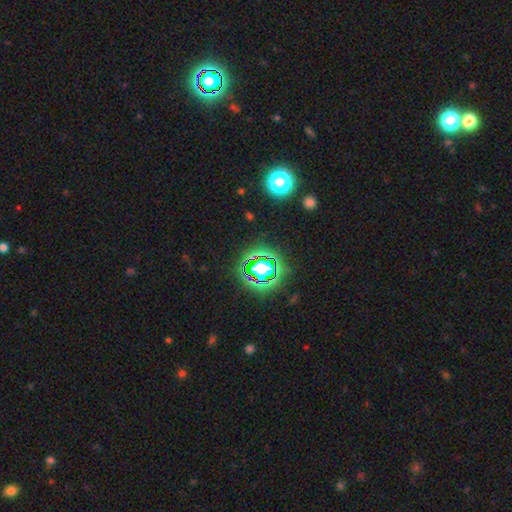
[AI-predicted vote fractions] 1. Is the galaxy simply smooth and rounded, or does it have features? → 79% star or artifact, 14% smooth, 7% featured or disk.